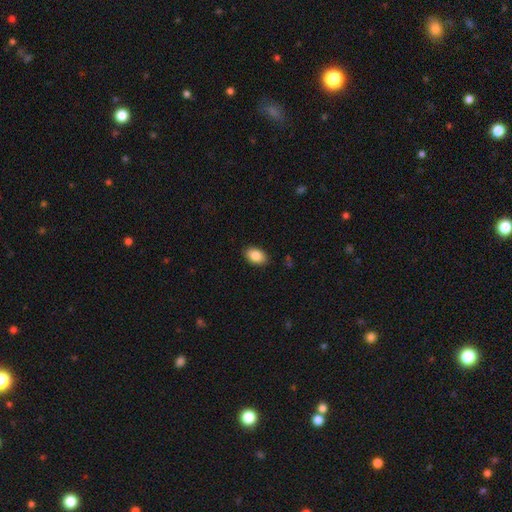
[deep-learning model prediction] Q: Smooth or featured?
A: smooth (87%); runner-up: star or artifact (7%)
Q: How rounded?
A: in between (89%); runner-up: round (10%)
Q: Merging?
A: none (89%); runner-up: minor disturbance (8%)